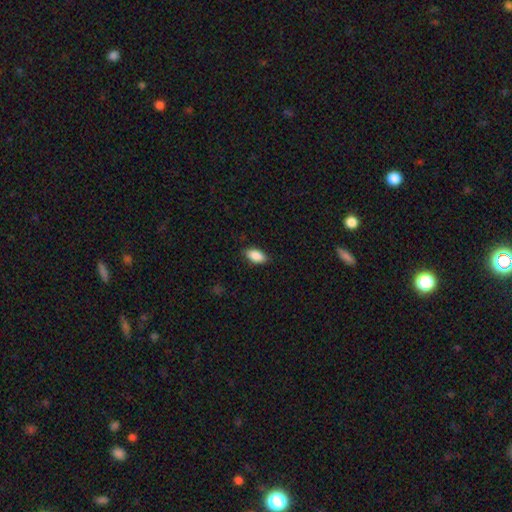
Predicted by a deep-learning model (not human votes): This is clearly a smooth galaxy (89%). How rounded: clearly in between (93%). Merging: clearly none (86%).